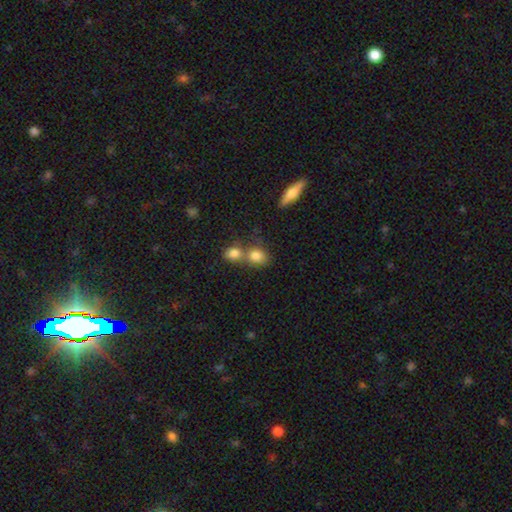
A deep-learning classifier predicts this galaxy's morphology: smooth 81%, star or artifact 10%, featured or disk 9%. Down the decision tree: how rounded — round (55%); merging — merger (50%).